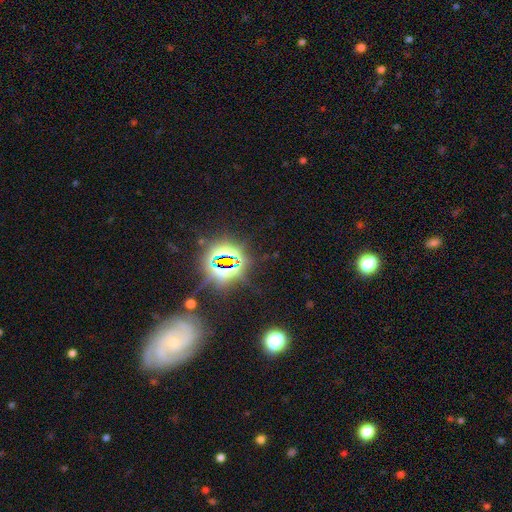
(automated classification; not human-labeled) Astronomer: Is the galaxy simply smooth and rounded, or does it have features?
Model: star or artifact — 63%.